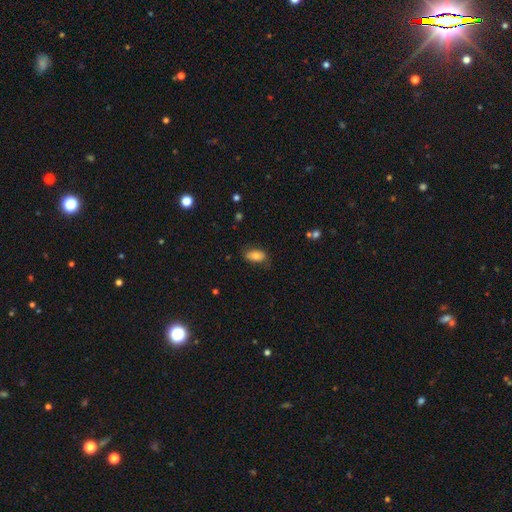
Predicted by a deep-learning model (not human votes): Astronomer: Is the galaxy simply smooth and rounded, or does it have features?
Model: smooth — 77%.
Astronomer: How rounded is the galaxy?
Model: in between — 91%.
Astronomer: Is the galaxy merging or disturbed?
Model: none — 75%.